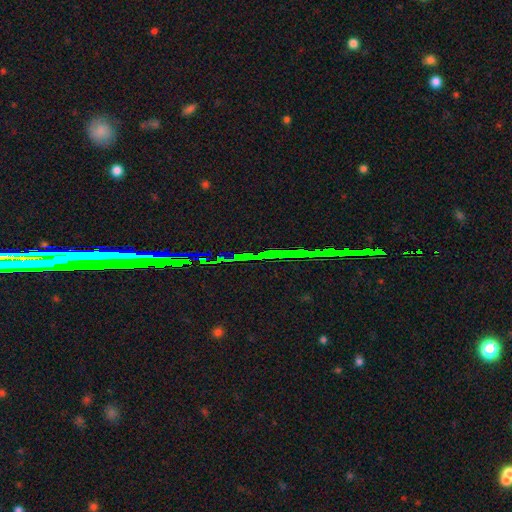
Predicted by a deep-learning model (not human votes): Smooth or featured? Predicted: star or artifact (p=0.84).